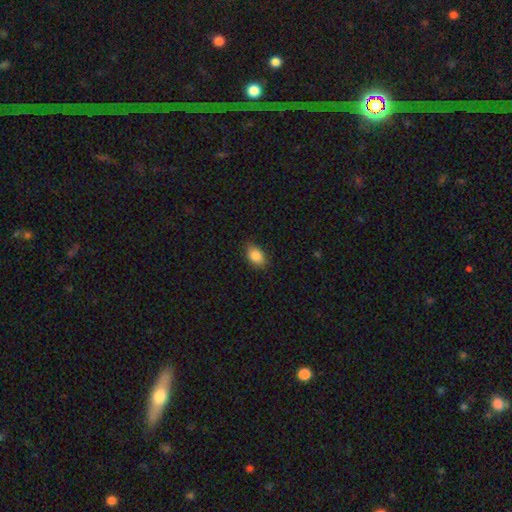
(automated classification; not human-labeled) Overall: smooth (86%). How rounded: in between (86%). Merging: none (82%).